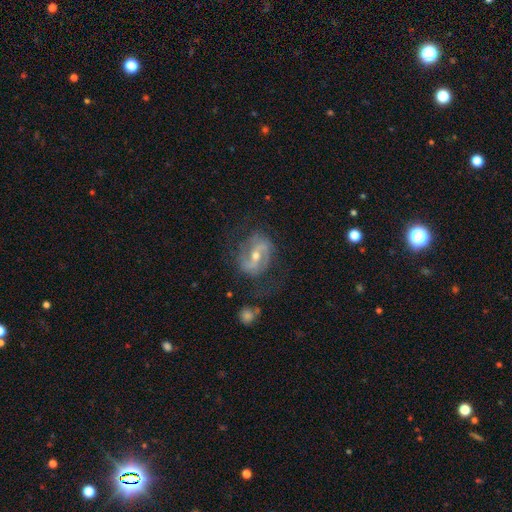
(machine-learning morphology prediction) This is clearly a featured or disk galaxy (84%). It is clearly not viewed edge-on (96%). Bar: marginally strong (44%). Spiral arm pattern: clearly yes (89%). Spiral arm count: clearly 2 (84%). Spiral winding: possibly medium (45%). Central bulge: possibly moderate (58%). Merging: likely none (65%).